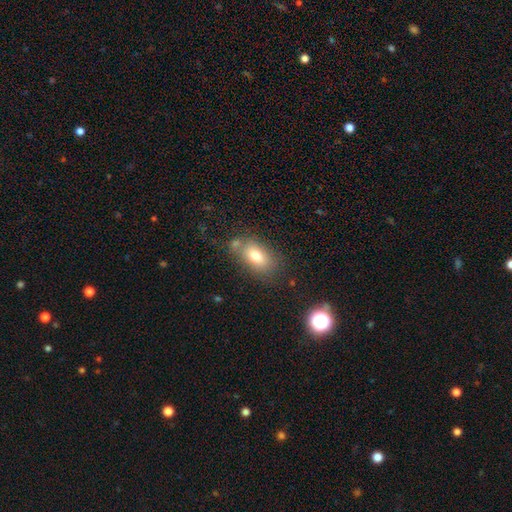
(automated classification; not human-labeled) Morphology: type=smooth (75%); roundness=in between (86%); merging=none (65%).